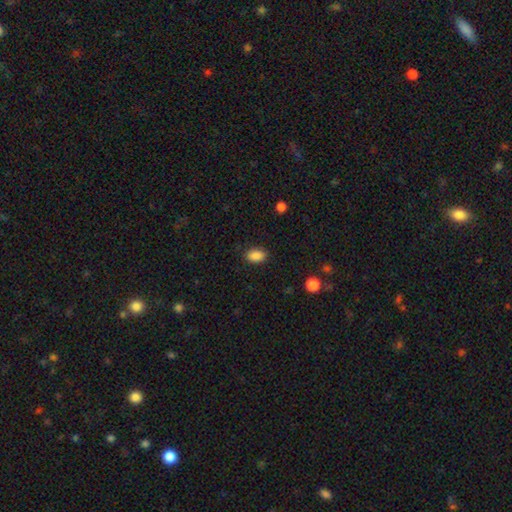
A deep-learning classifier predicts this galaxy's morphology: Smooth or featured: smooth — 87% (star or artifact — 9%)
How rounded: in between — 87% (round — 11%)
Merging: none — 87% (minor disturbance — 9%)